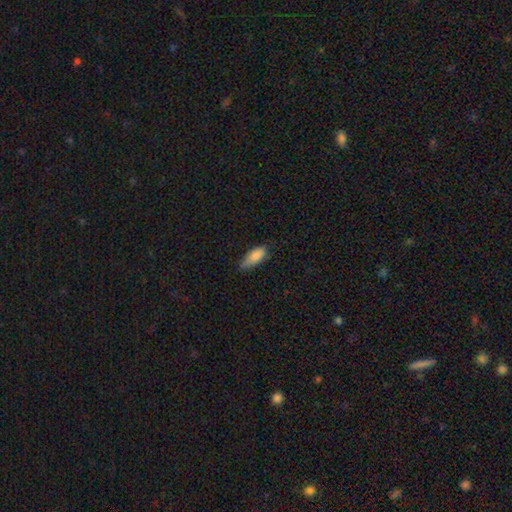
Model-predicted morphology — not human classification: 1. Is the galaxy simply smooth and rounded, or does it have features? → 84% smooth, 9% featured or disk, 7% star or artifact.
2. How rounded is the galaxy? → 75% in between, 23% cigar-shaped, 2% round.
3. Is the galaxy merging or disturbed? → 52% none, 38% minor disturbance, 8% major disturbance, 2% merger.